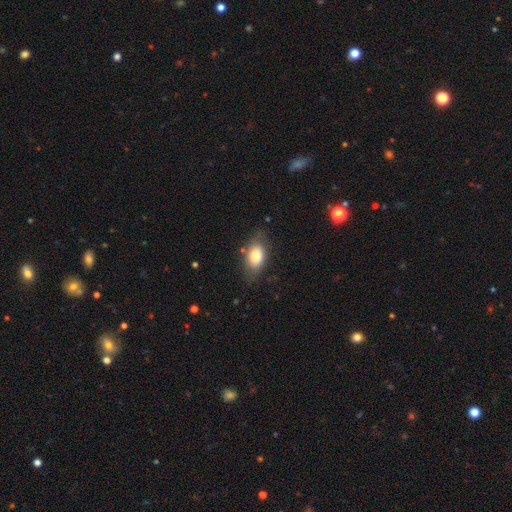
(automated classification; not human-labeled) This appears to be a smooth galaxy with no disk features (77%) that is in between round and cigar-shaped (88%). Merging: none (73%).